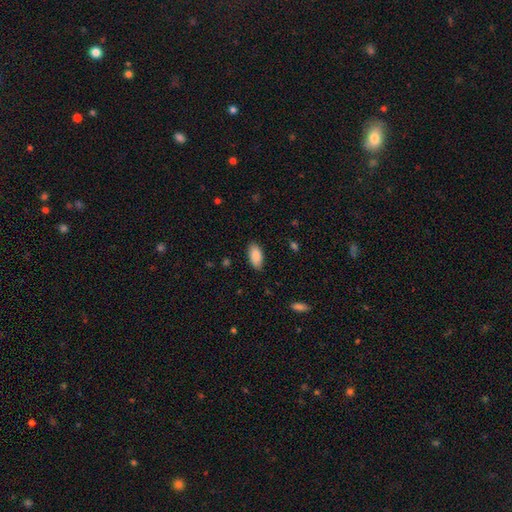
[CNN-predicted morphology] The model was most divided on "merging": none: 83%, minor disturbance: 13%, major disturbance: 3%, merger: 1%. More confident: how rounded — in between (92%); smooth or featured — smooth (89%).